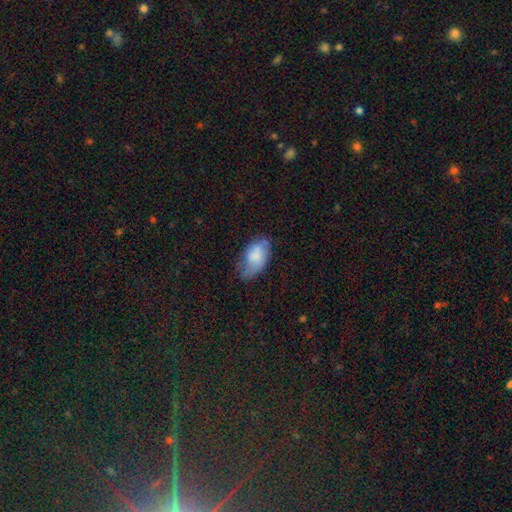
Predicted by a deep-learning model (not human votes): Smooth or featured? smooth (72%)
How rounded? in between (93%)
Merging? none (43%)